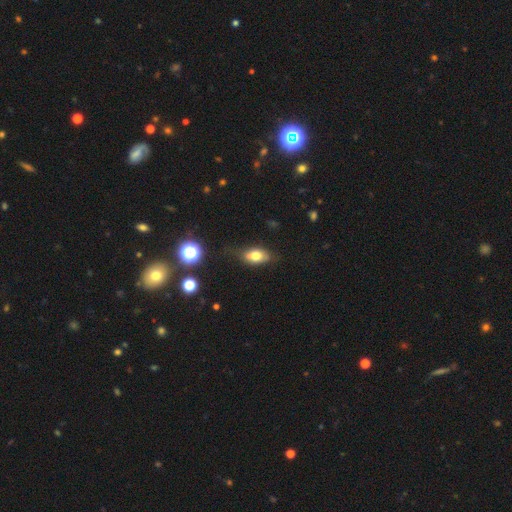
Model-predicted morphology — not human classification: The model was most divided on "merging": none: 70%, minor disturbance: 22%, major disturbance: 6%, merger: 3%. More confident: how rounded — in between (84%); smooth or featured — smooth (72%).